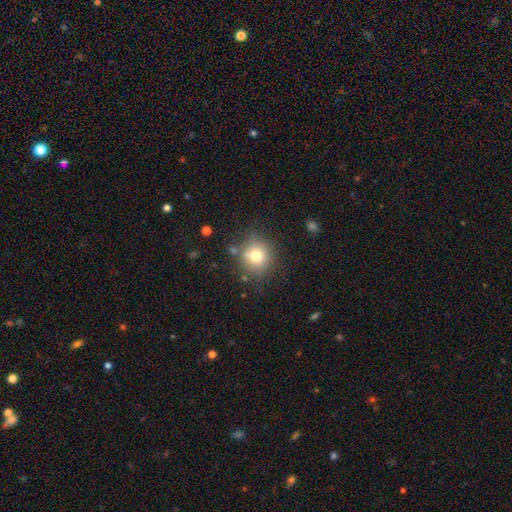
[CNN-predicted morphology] A smooth galaxy with no disk features (75%) that is round (87%). Merging: none (79%).